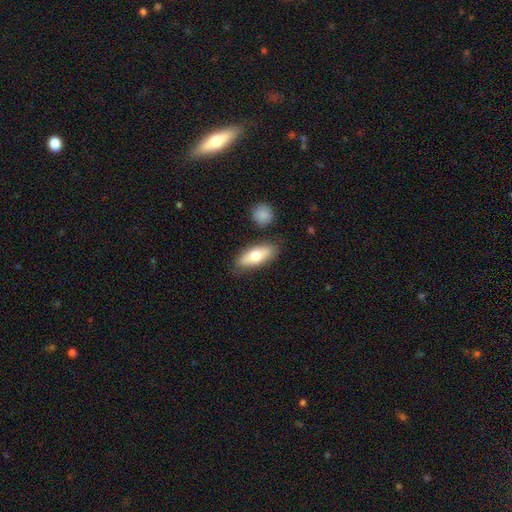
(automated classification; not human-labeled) smooth 69%, featured or disk 25%, star or artifact 6%. Down the decision tree: how rounded — in between (72%); merging — none (80%).